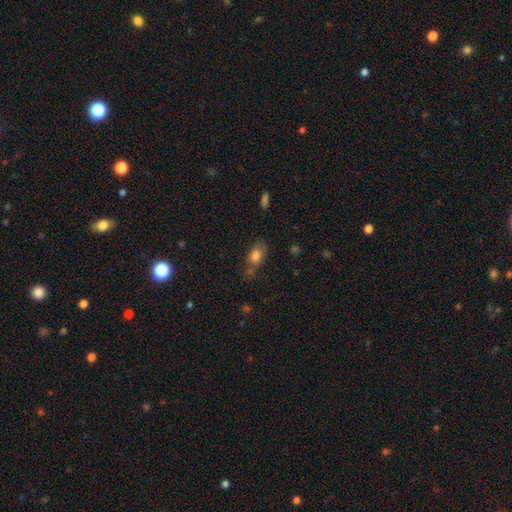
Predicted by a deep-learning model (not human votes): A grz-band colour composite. It shows a smooth galaxy with no disk features (79%) that is in between round and cigar-shaped (85%). Merging: none (51%).